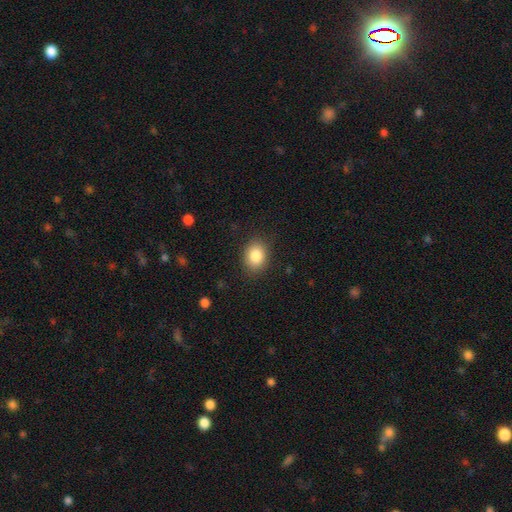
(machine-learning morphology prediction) smooth_or_featured: smooth (p=0.85) [alt: star or artifact p=0.09]
how_rounded: in between (p=0.60) [alt: round p=0.39]
merging: none (p=0.86) [alt: minor disturbance p=0.10]